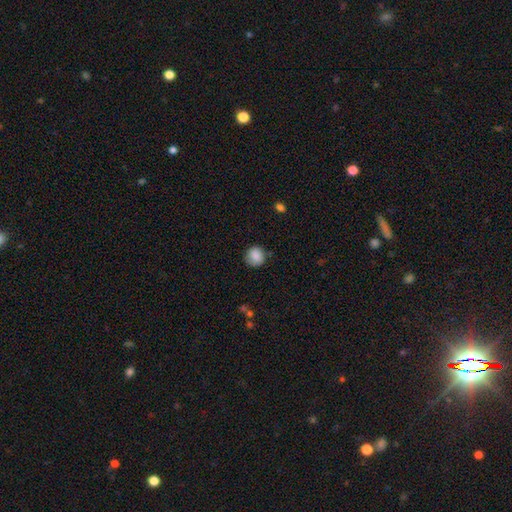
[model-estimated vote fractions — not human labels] Smooth or featured? Predicted: smooth (p=0.85). How rounded? Predicted: round (p=0.85). Merging? Predicted: none (p=0.75).